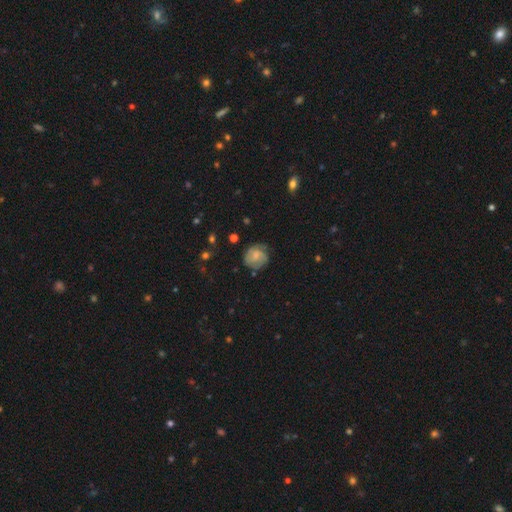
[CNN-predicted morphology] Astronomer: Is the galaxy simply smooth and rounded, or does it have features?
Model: featured or disk — 50% (runner-up: smooth, 42%).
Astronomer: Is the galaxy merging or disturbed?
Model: none — 66%.